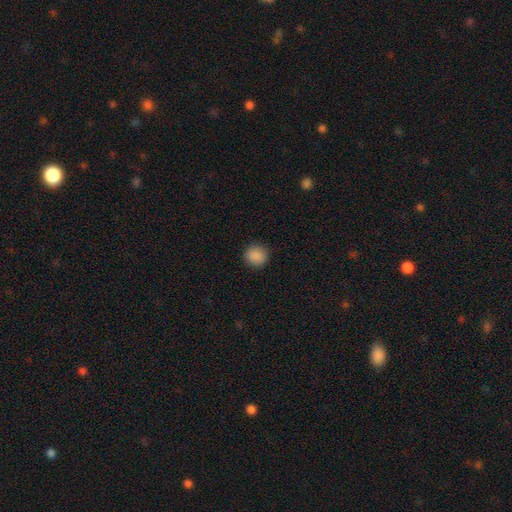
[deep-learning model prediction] Smooth or featured?
  - smooth: 88% *
  - star or artifact: 9%
  - featured or disk: 3%
How rounded?
  - round: 91% *
  - in between: 8%
  - cigar-shaped: 1%
Merging?
  - none: 91% *
  - minor disturbance: 6%
  - major disturbance: 2%
  - merger: 1%